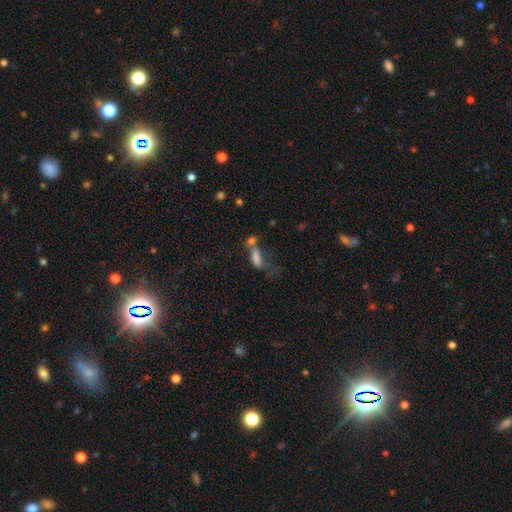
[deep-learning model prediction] A star or artifact, not a galaxy (47%).